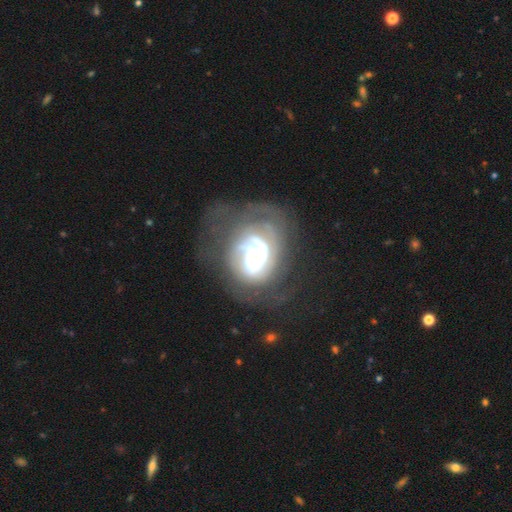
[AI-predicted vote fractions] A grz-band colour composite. It shows a featured or disk galaxy (82%) with no bar (71%), tight (53%) spiral arms (86%) and a small central bulge (42%). Merging: none (42%).